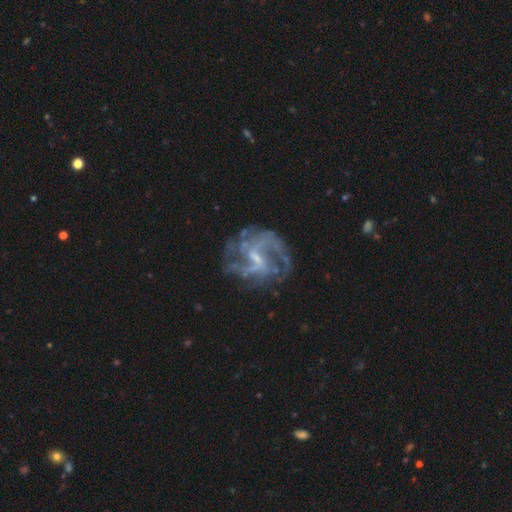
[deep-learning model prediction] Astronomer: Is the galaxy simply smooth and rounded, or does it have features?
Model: featured or disk — 84%.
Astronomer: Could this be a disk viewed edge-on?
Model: no — 97%.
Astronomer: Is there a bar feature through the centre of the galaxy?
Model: weak — 55%.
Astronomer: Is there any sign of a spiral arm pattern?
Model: yes — 90%.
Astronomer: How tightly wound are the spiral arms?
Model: medium — 46% (runner-up: loose, 30%).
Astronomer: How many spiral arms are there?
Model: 2 — 37% (runner-up: can't tell, 25%).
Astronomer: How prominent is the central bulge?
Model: small — 54%.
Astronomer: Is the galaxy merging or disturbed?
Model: none — 66%.